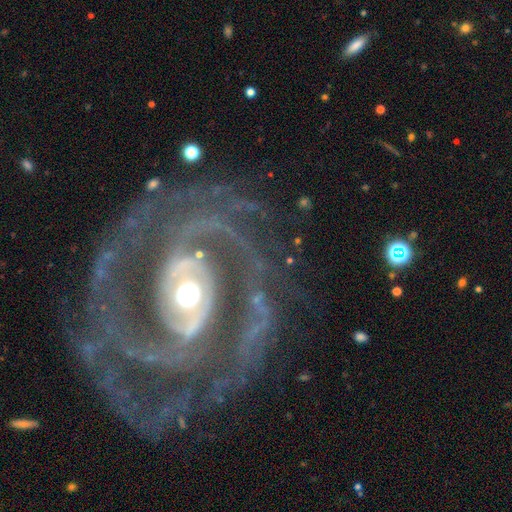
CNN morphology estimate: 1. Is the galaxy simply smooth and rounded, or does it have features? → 92% featured or disk, 5% star or artifact, 4% smooth.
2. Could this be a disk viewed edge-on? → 97% no, 3% yes.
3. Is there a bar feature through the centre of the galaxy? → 46% no, 27% weak, 27% strong.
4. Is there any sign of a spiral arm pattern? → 97% yes, 3% no.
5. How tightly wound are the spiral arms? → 58% tight, 34% medium, 8% loose.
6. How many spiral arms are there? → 45% 2, 15% 3, 15% can't tell, 9% 4, 9% more than 4, 8% 1.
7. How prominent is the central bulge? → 64% moderate, 17% large, 16% small, 2% dominant, 1% none.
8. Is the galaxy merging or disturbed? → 73% none, 14% minor disturbance, 11% major disturbance, 2% merger.